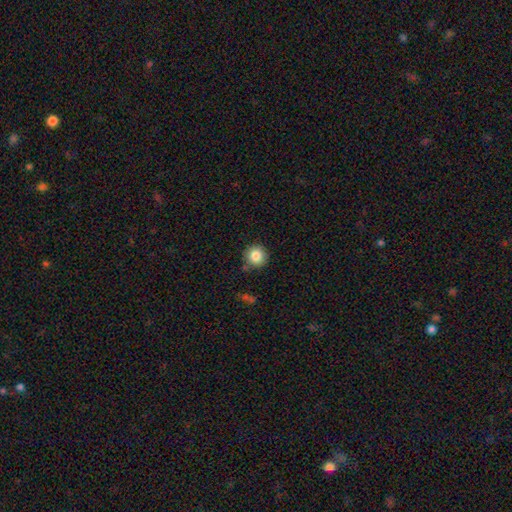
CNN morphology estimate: type=smooth (84%); roundness=round (94%); merging=none (87%).